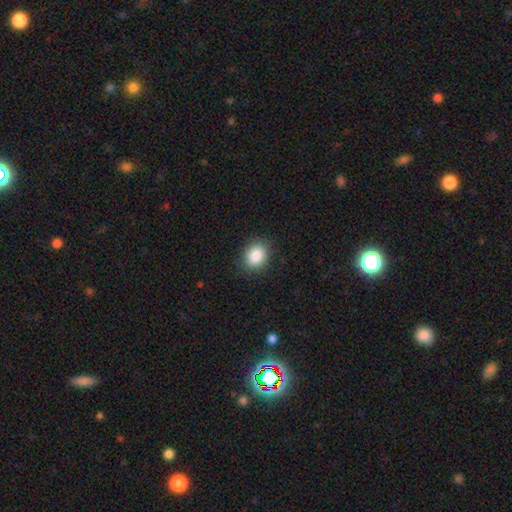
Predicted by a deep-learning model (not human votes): Overall: smooth (87%). How rounded: in between (50%; round 49%). Merging: none (86%).